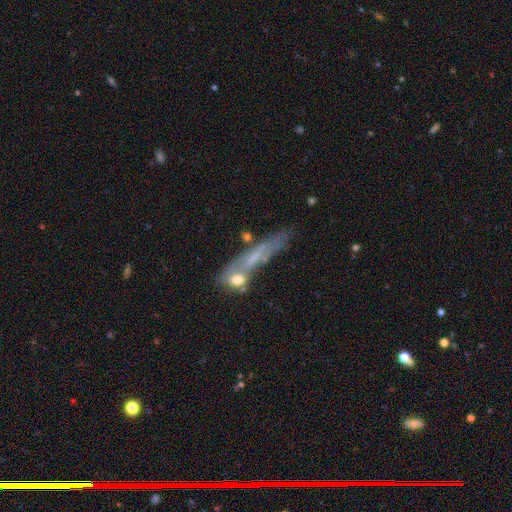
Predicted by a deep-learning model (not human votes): Overall: smooth (46%; featured or disk 42%). Merging: none (43%; merger 21%).